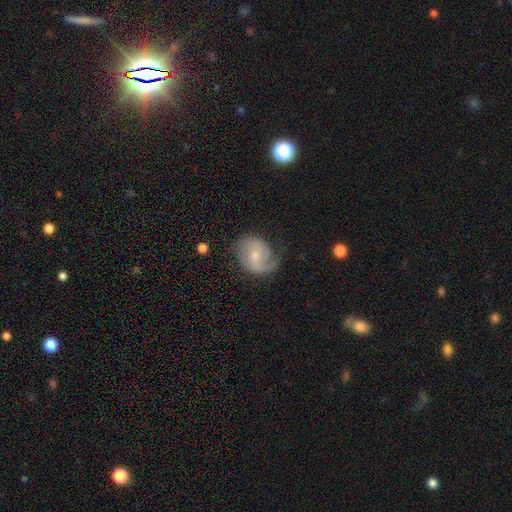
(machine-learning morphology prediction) Smooth or featured? Predicted: featured or disk (p=0.67). Edge-on disk? Predicted: no (p=0.97). Bar? Predicted: no (p=0.48). Spiral arms? Predicted: yes (p=0.90). Spiral winding? Predicted: medium (p=0.44). Spiral arm count? Predicted: 2 (p=0.65). Bulge size? Predicted: moderate (p=0.49). Merging? Predicted: none (p=0.59).